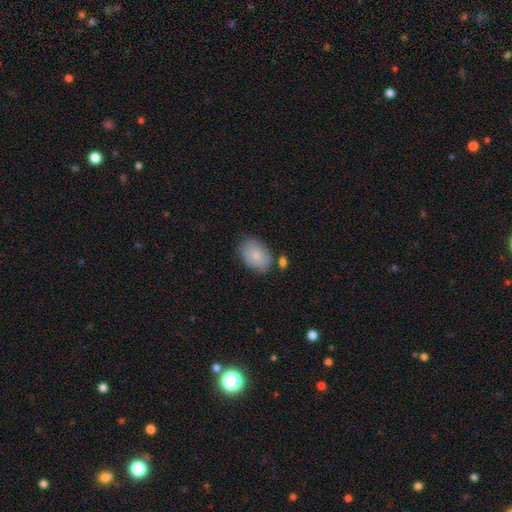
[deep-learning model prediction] A smooth galaxy with no disk features (79%) that is in between round and cigar-shaped (83%). Merging: none (74%).